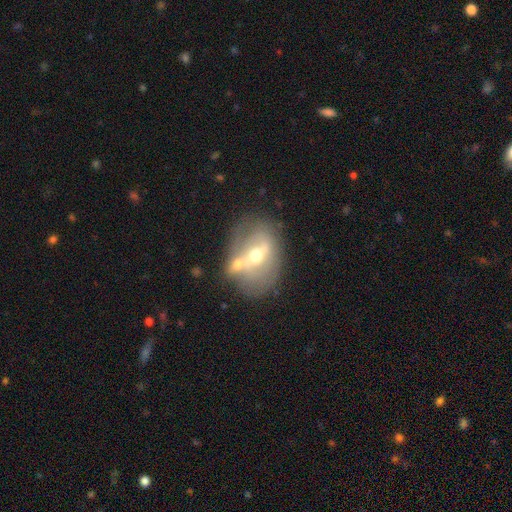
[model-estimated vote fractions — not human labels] featured or disk 66%, smooth 27%, star or artifact 8%. Down the decision tree: edge-on disk — no (92%); bar — weak (37%); spiral arms — no (60%); bulge size — moderate (69%); merging — none (50%).